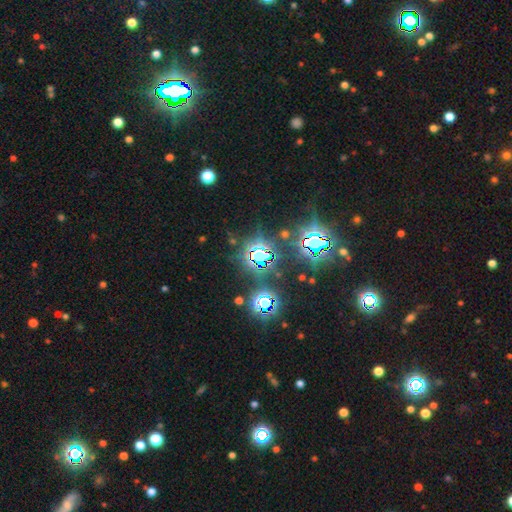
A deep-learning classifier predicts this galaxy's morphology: Q: Smooth or featured?
A: star or artifact (82%); runner-up: smooth (10%)